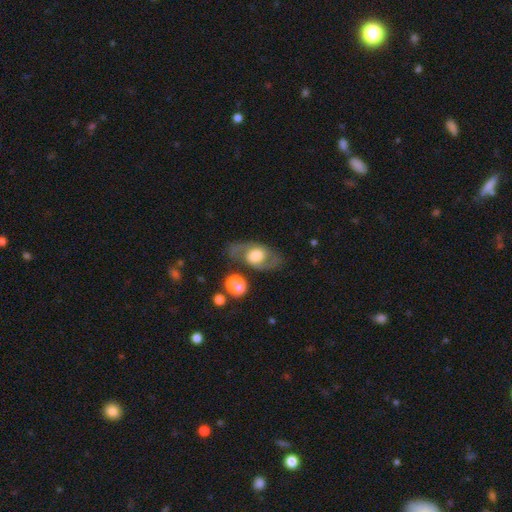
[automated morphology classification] This appears to be a featured or disk galaxy (55%). Merging: none (67%).